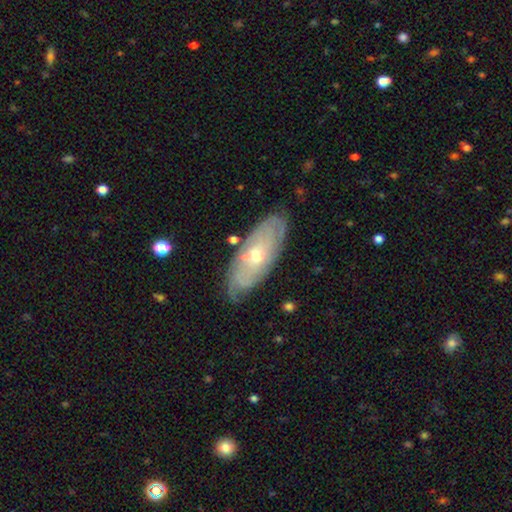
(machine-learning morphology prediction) smooth_or_featured: featured or disk (p=0.70) [alt: smooth p=0.24]
disk_edge_on: no (p=0.85) [alt: yes p=0.15]
bar: no (p=0.77) [alt: weak p=0.19]
has_spiral_arms: yes (p=0.76) [alt: no p=0.24]
bulge_size: moderate (p=0.54) [alt: small p=0.43]
merging: none (p=0.74) [alt: minor disturbance p=0.18]